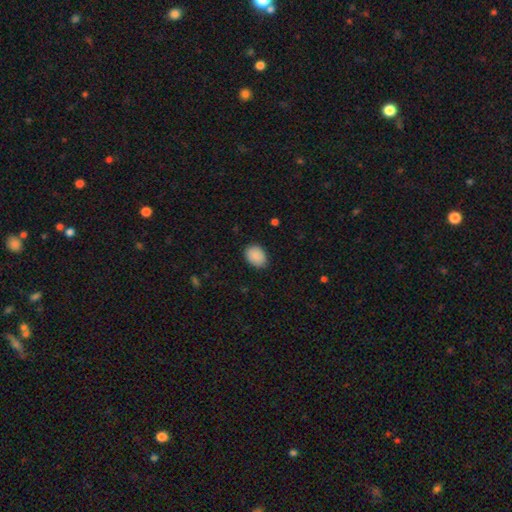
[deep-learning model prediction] Smooth or featured? smooth (90%)
How rounded? in between (73%)
Merging? none (86%)